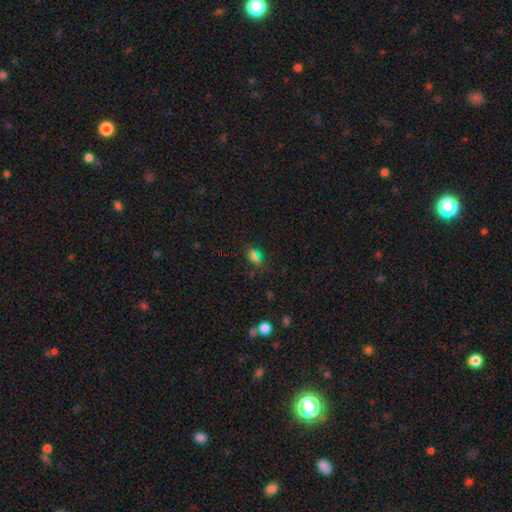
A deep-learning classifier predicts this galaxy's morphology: type=smooth (58%); roundness=in between (69%); merging=none (78%).